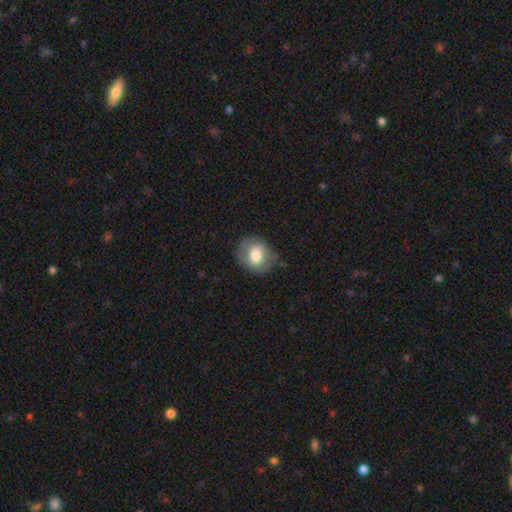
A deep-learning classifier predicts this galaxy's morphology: This is likely a smooth galaxy (61%). How rounded: likely round (63%). Merging: likely none (74%).